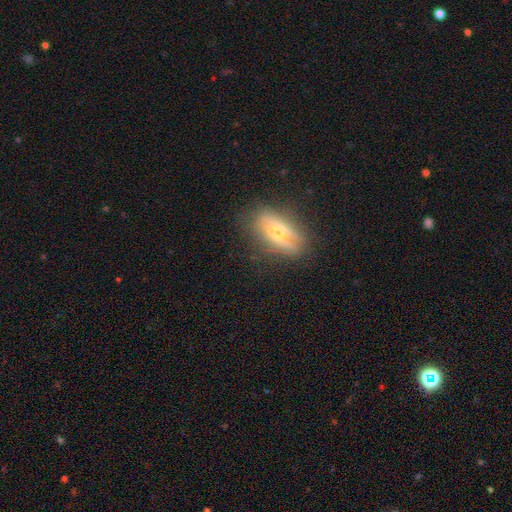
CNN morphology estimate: Smooth or featured?
  - smooth: 52% *
  - featured or disk: 32%
  - star or artifact: 16%
How rounded?
  - in between: 84% *
  - cigar-shaped: 9%
  - round: 8%
Merging?
  - none: 82% *
  - minor disturbance: 13%
  - major disturbance: 4%
  - merger: 1%